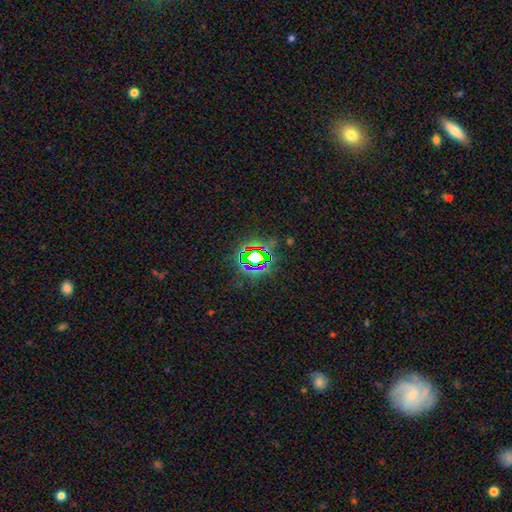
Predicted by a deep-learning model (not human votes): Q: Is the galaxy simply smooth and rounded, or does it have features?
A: star or artifact — 72%.